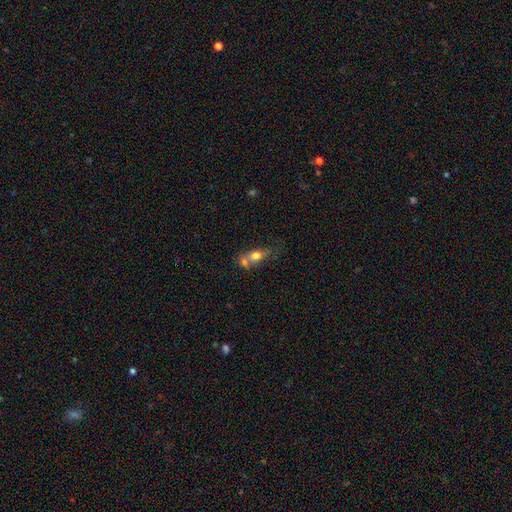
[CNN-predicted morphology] Q: Smooth or featured?
A: smooth (69%); runner-up: featured or disk (22%)
Q: How rounded?
A: in between (61%); runner-up: round (29%)
Q: Merging?
A: merger (53%); runner-up: none (27%)